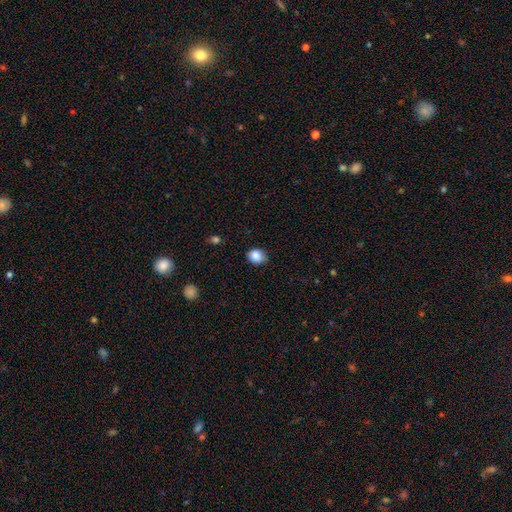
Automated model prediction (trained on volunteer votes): Q: Smooth or featured?
A: smooth (85%); runner-up: star or artifact (9%)
Q: How rounded?
A: round (61%); runner-up: in between (39%)
Q: Merging?
A: none (81%); runner-up: minor disturbance (16%)